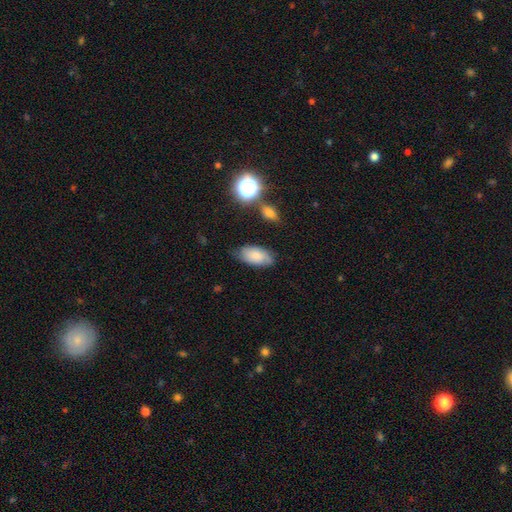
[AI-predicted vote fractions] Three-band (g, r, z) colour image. It shows a smooth galaxy with no disk features (71%) that is in between round and cigar-shaped (93%). Merging: none (70%).